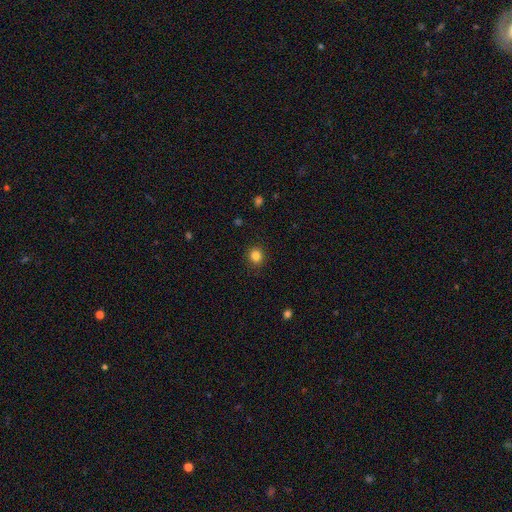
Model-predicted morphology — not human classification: This appears to be a smooth galaxy with no disk features (84%) that is round (87%). Merging: none (90%).